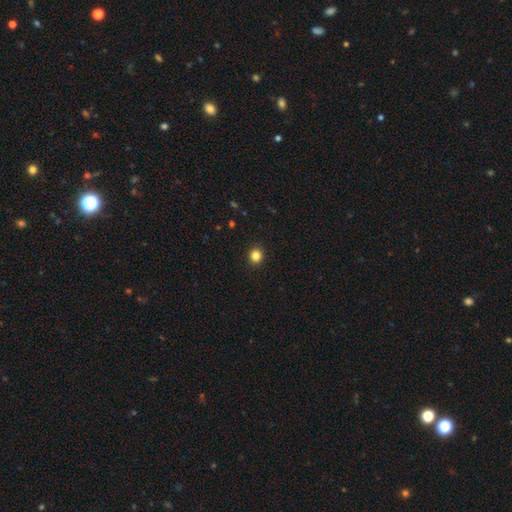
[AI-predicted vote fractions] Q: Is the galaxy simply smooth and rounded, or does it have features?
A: smooth — 84%.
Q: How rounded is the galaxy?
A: round — 84%.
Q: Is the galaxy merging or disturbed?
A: none — 92%.